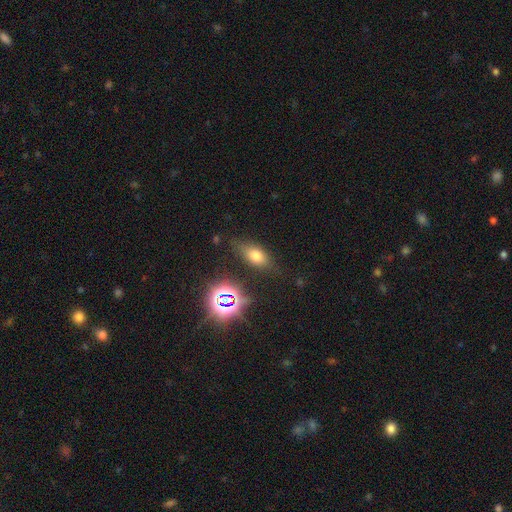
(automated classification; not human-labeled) Smooth or featured? smooth (65%)
How rounded? in between (79%)
Merging? none (75%)